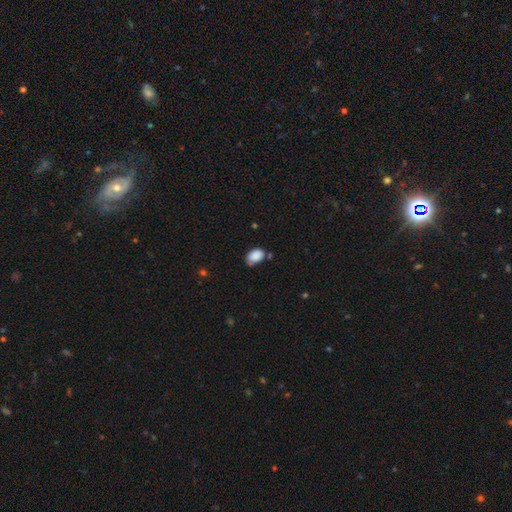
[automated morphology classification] Overall: smooth (87%). How rounded: in between (84%). Merging: none (54%; minor disturbance 33%).